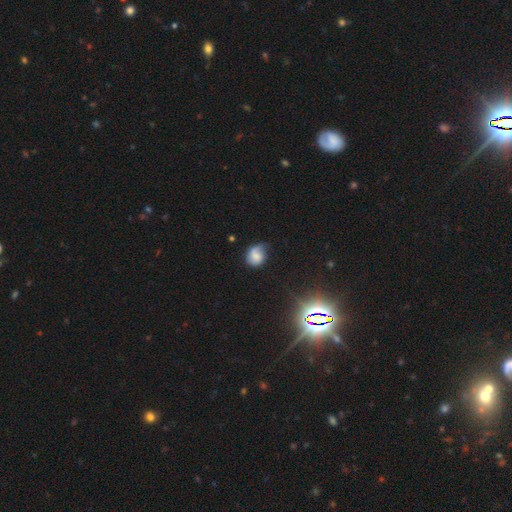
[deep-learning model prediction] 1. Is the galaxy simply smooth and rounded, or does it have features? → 52% smooth, 37% featured or disk, 11% star or artifact.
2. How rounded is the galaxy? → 56% round, 42% in between, 1% cigar-shaped.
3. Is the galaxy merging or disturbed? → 48% none, 34% minor disturbance, 16% major disturbance, 3% merger.